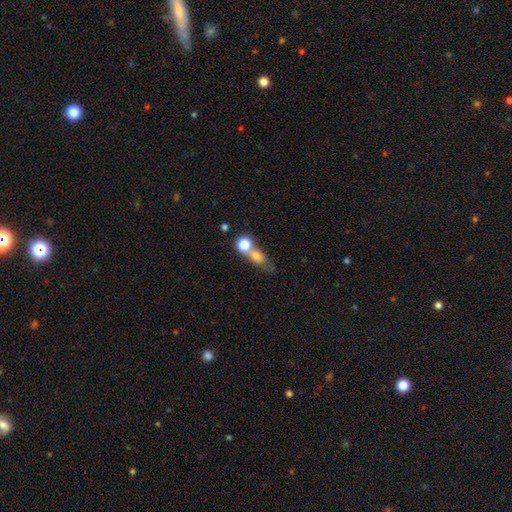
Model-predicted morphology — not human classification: This is likely a smooth galaxy (69%). How rounded: possibly round (57%). Merging: possibly merger (53%).